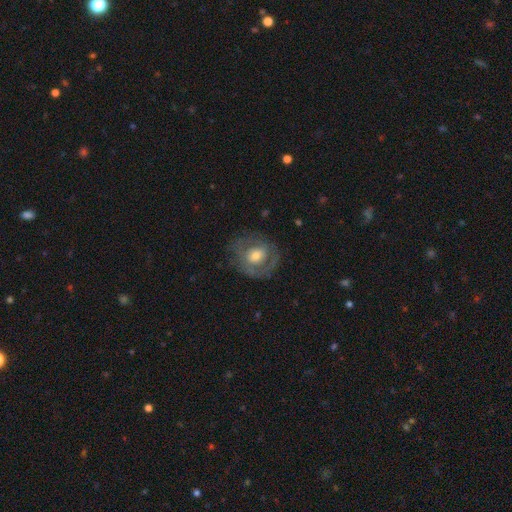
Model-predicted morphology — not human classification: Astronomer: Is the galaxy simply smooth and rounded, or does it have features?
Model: featured or disk — 58% (runner-up: smooth, 35%).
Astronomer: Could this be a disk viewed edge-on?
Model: no — 96%.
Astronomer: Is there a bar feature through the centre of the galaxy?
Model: no — 64%.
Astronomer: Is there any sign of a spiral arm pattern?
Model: yes — 55% (runner-up: no, 45%).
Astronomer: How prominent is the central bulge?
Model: moderate — 63%.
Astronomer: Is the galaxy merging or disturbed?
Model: none — 69%.